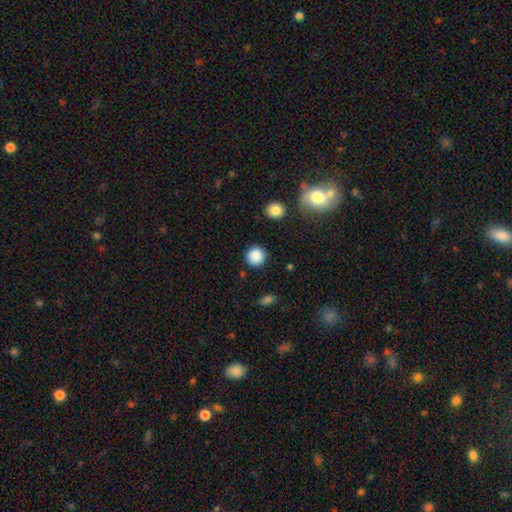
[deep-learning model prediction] smooth 88%, star or artifact 9%, featured or disk 3%. Down the decision tree: how rounded — round (94%); merging — none (90%).